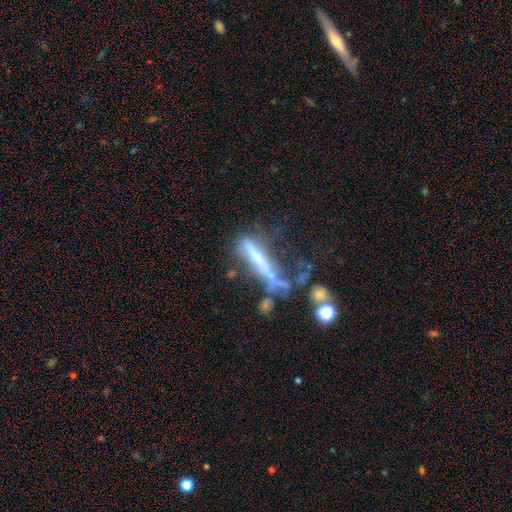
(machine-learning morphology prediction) The model was most divided on "merging": none: 30%, merger: 29%, major disturbance: 24%, minor disturbance: 17%. More confident: edge-on disk — yes (71%); smooth or featured — featured or disk (53%).